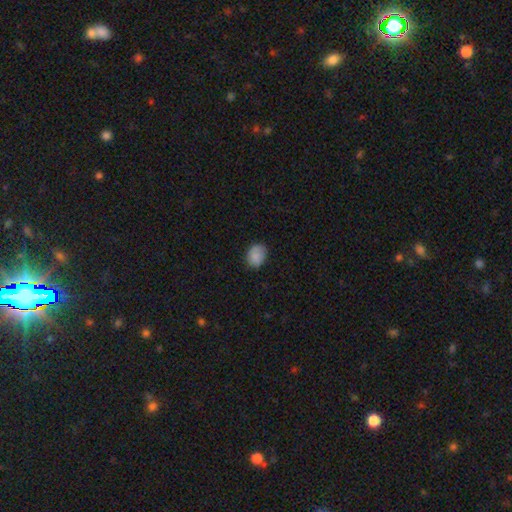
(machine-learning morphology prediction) Overall: smooth (86%). How rounded: in between (57%; round 42%). Merging: none (77%).